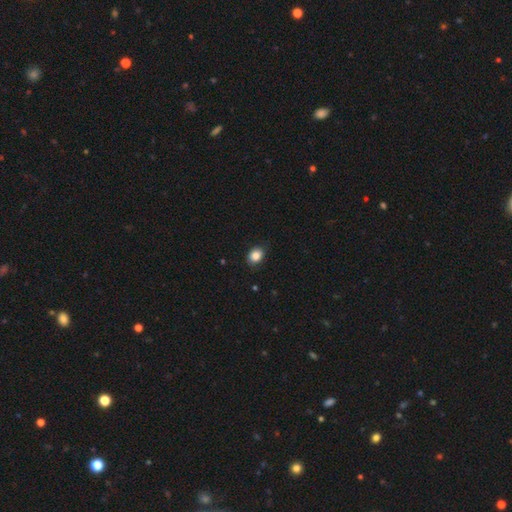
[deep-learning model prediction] Smooth or featured? smooth (85%)
How rounded? in between (58%)
Merging? none (86%)